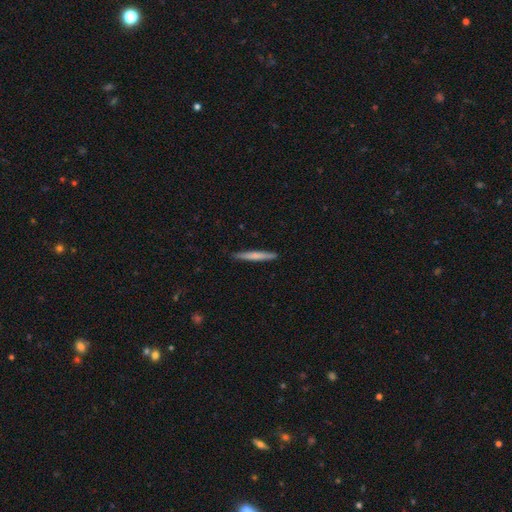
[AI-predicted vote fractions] Smooth or featured: smooth — 65% (featured or disk — 30%)
How rounded: cigar-shaped — 96% (in between — 3%)
Merging: none — 90% (minor disturbance — 7%)